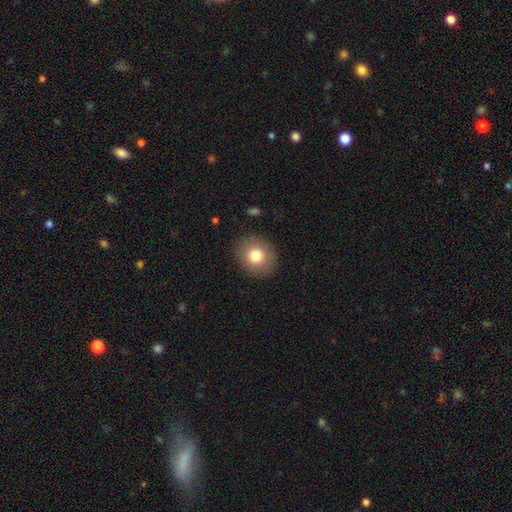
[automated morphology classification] smooth 79%, featured or disk 12%, star or artifact 9%. Down the decision tree: how rounded — round (71%); merging — none (88%).